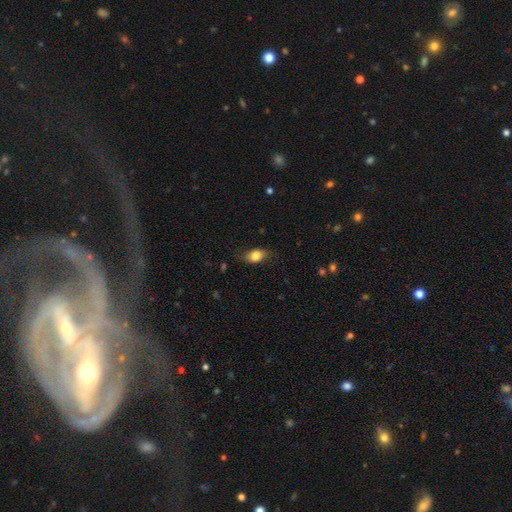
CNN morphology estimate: The model was most divided on "merging": none: 72%, minor disturbance: 21%, major disturbance: 5%, merger: 1%. More confident: how rounded — in between (83%); smooth or featured — smooth (80%).